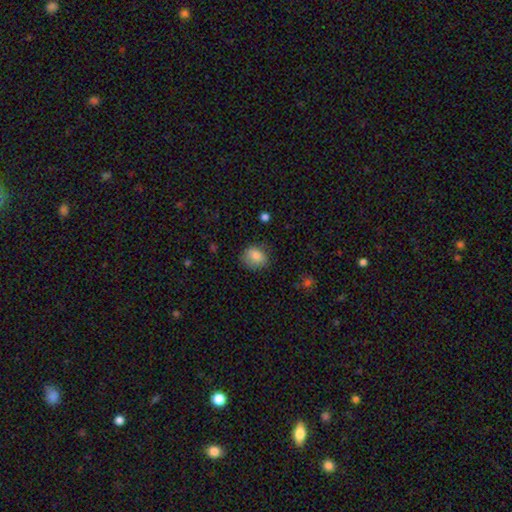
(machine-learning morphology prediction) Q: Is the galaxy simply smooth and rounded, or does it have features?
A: smooth — 83%.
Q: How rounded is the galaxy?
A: round — 61%.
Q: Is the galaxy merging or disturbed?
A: none — 72%.